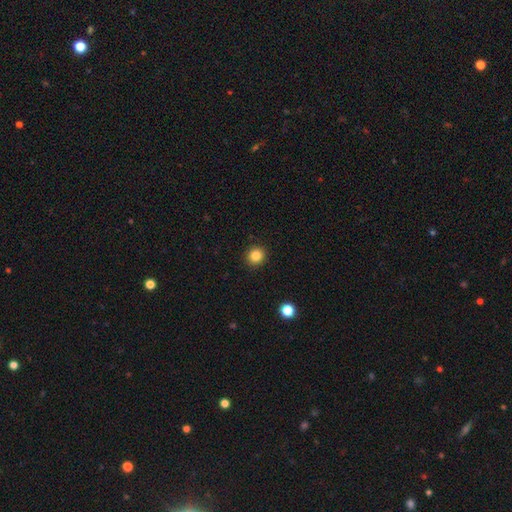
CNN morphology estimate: Smooth or featured?
  - smooth: 84% *
  - star or artifact: 11%
  - featured or disk: 5%
How rounded?
  - round: 86% *
  - in between: 13%
  - cigar-shaped: 1%
Merging?
  - none: 92% *
  - minor disturbance: 6%
  - major disturbance: 2%
  - merger: 1%